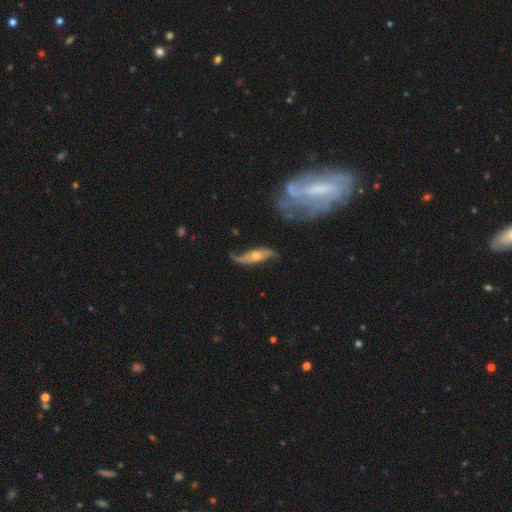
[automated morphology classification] smooth-or-featured: featured or disk: 78% | smooth: 16% | star or artifact: 7%
  disk-edge-on: no: 75% | yes: 25%
    bar: no: 62% | weak: 26% | strong: 12%
    has-spiral-arms: yes: 90% | no: 10%
      spiral-winding: loose: 70% | medium: 21% | tight: 9%
      spiral-arm-count: 2: 87% | can't tell: 6% | 1: 4% | 3: 1% | 4: 1% | more than 4: 1%
    bulge-size: moderate: 57% | small: 30% | large: 8% | none: 3% | dominant: 2%
  merging: none: 62% | minor disturbance: 22% | major disturbance: 13% | merger: 4%